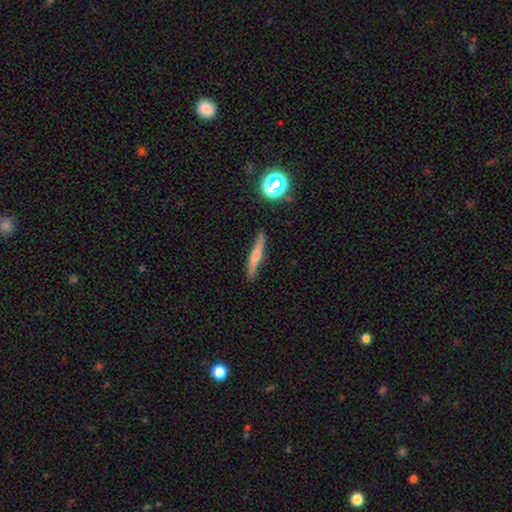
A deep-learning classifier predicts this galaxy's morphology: smooth_or_featured: featured or disk (p=0.53) [alt: smooth p=0.36]
disk_edge_on: yes (p=0.90) [alt: no p=0.10]
merging: none (p=0.86) [alt: minor disturbance p=0.10]